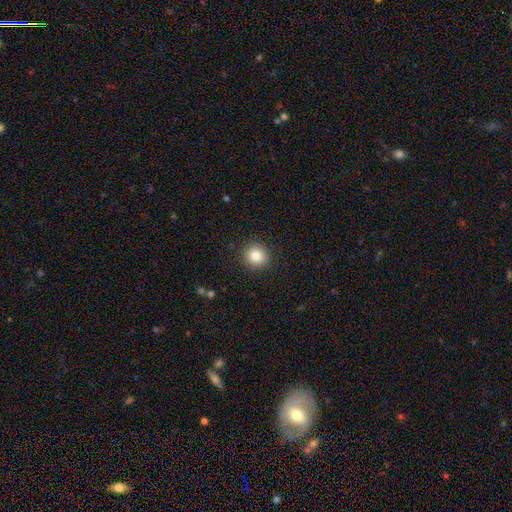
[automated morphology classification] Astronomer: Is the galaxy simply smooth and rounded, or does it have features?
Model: smooth — 84%.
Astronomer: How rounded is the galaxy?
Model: round — 91%.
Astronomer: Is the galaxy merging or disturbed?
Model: none — 91%.